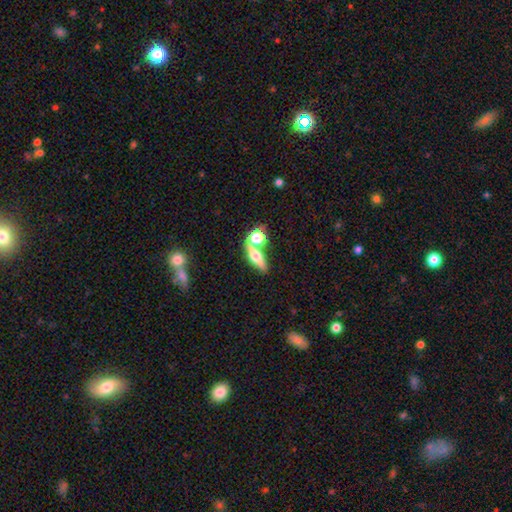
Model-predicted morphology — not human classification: Q: Smooth or featured?
A: smooth (53%); runner-up: featured or disk (36%)
Q: How rounded?
A: in between (49%); runner-up: cigar-shaped (33%)
Q: Merging?
A: none (51%); runner-up: merger (33%)